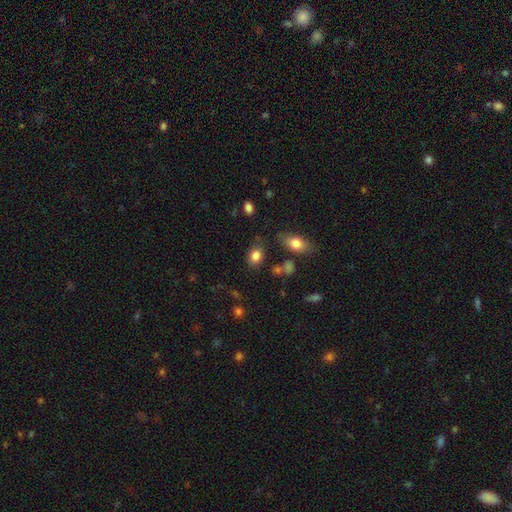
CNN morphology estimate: Smooth or featured? smooth (83%)
How rounded? in between (68%)
Merging? none (72%)